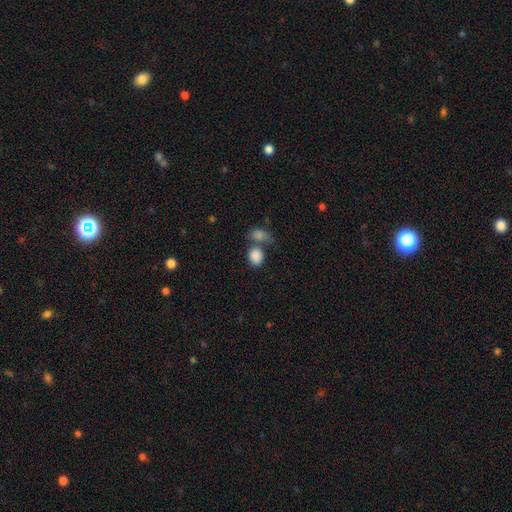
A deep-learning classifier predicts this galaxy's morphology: Smooth or featured: smooth — 86% (star or artifact — 8%)
How rounded: in between — 55% (round — 44%)
Merging: merger — 44% (none — 39%)